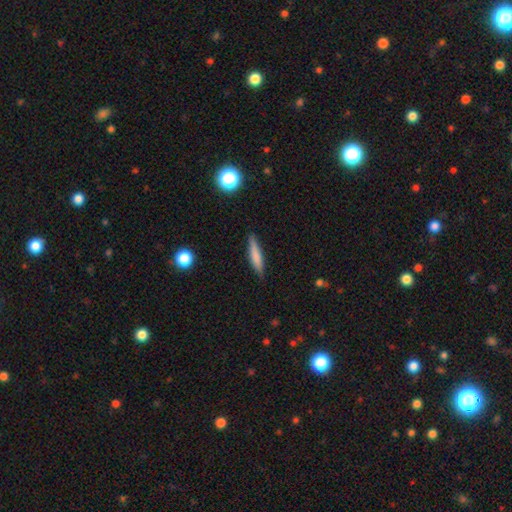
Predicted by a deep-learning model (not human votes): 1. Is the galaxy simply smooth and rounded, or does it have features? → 73% smooth, 20% featured or disk, 7% star or artifact.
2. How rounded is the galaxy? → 87% cigar-shaped, 11% in between, 2% round.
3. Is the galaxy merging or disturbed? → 86% none, 11% minor disturbance, 2% major disturbance, 1% merger.